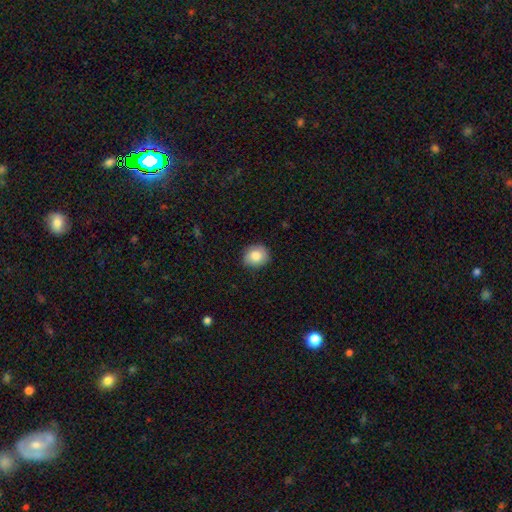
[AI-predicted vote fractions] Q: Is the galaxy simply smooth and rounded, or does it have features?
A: smooth — 83%.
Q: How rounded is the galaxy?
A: round — 70%.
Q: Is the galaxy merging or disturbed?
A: none — 83%.